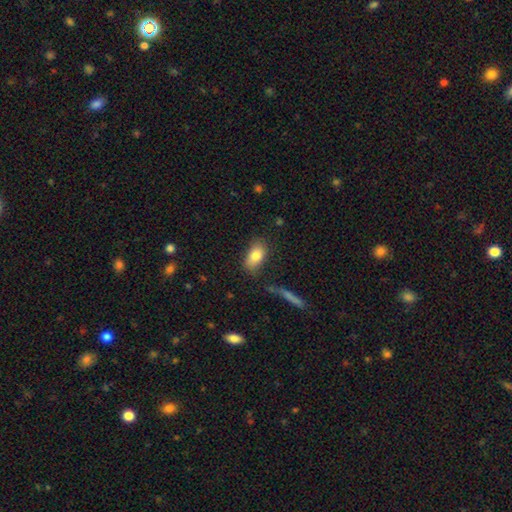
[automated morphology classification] A smooth galaxy with no disk features (81%) that is in between round and cigar-shaped (89%).

Vote fractions:
- Smooth or featured? smooth: 81% / featured or disk: 11% / star or artifact: 8%
- How rounded? in between: 89% / round: 6% / cigar-shaped: 4%
- Merging? none: 73% / minor disturbance: 18% / major disturbance: 5% / merger: 4%